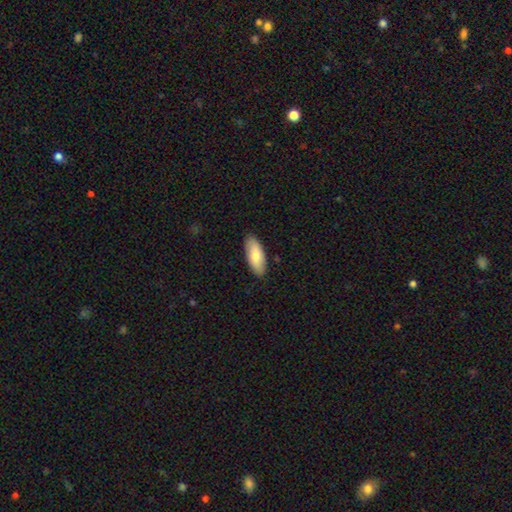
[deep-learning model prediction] This appears to be a smooth galaxy with no disk features (79%) that is in between round and cigar-shaped (83%). Merging: none (88%).